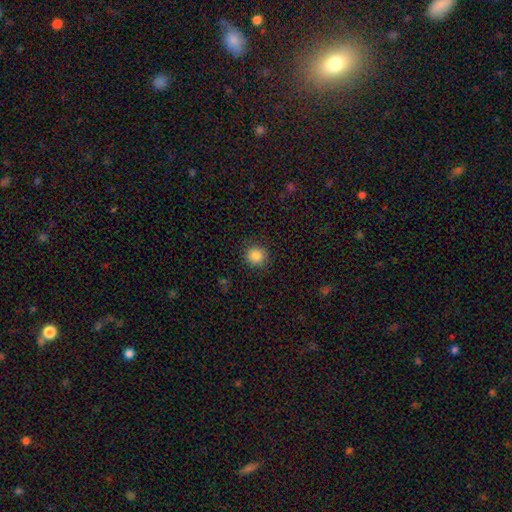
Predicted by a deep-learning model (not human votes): This appears to be a smooth galaxy with no disk features (86%) that is round (92%). Merging: none (90%).